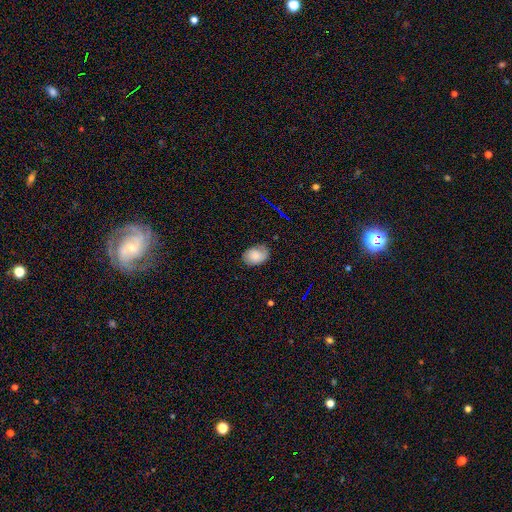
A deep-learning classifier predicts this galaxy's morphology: This is likely a smooth galaxy (78%). How rounded: likely in between (79%). Merging: likely none (74%).